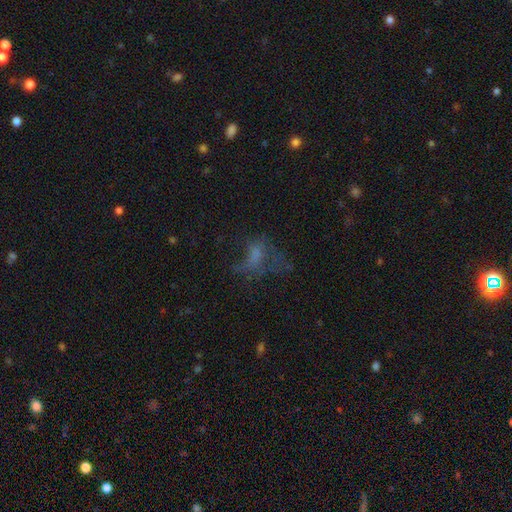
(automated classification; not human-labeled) Smooth or featured? Predicted: smooth (p=0.38). Merging? Predicted: major disturbance (p=0.45).